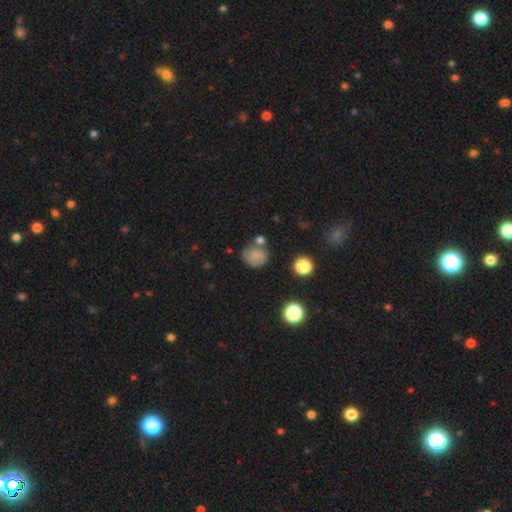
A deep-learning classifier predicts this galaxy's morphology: Smooth or featured? smooth (70%)
How rounded? round (80%)
Merging? none (56%)